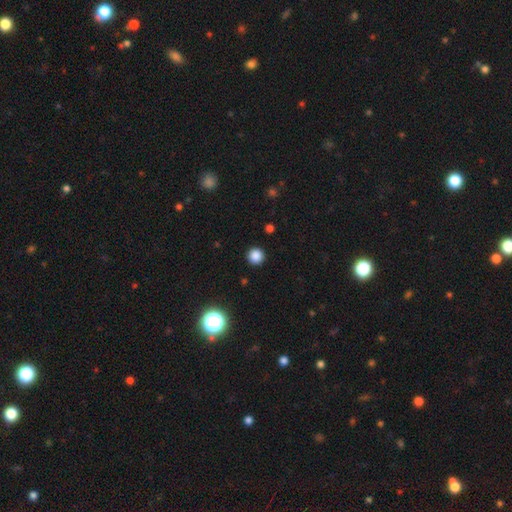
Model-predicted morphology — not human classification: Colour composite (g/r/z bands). It shows a smooth galaxy with no disk features (85%) that is round (96%). Merging: none (92%).